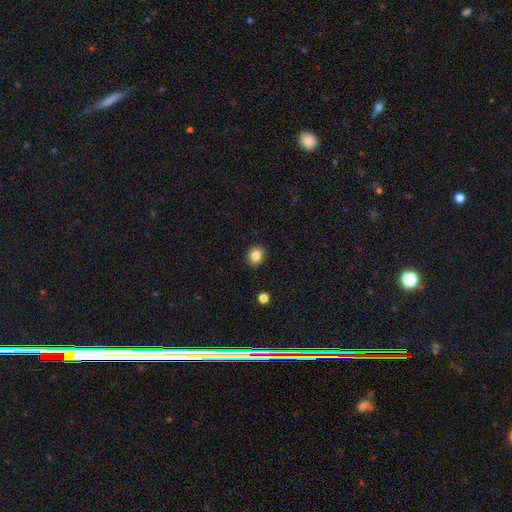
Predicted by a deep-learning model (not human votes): smooth 86%, star or artifact 10%, featured or disk 5%. Down the decision tree: how rounded — round (58%); merging — none (91%).